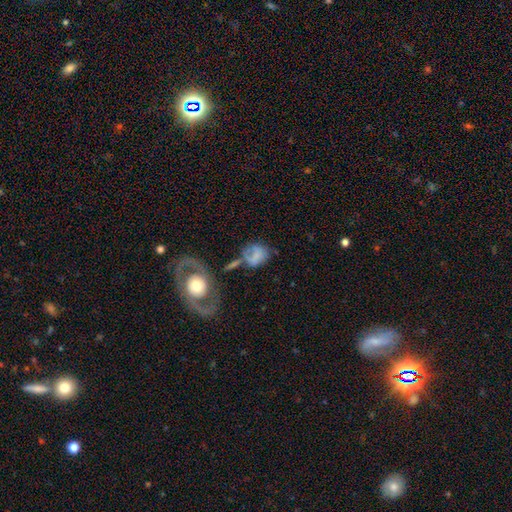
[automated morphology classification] Q: Smooth or featured?
A: smooth (57%); runner-up: featured or disk (33%)
Q: How rounded?
A: round (53%); runner-up: in between (45%)
Q: Merging?
A: none (34%); runner-up: major disturbance (26%)